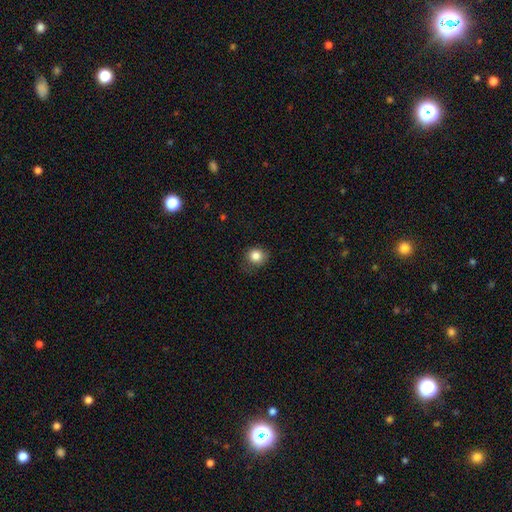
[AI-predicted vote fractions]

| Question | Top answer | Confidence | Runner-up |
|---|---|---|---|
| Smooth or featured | smooth | 84% | star or artifact (11%) |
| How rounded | round | 83% | in between (17%) |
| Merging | none | 79% | minor disturbance (16%) |